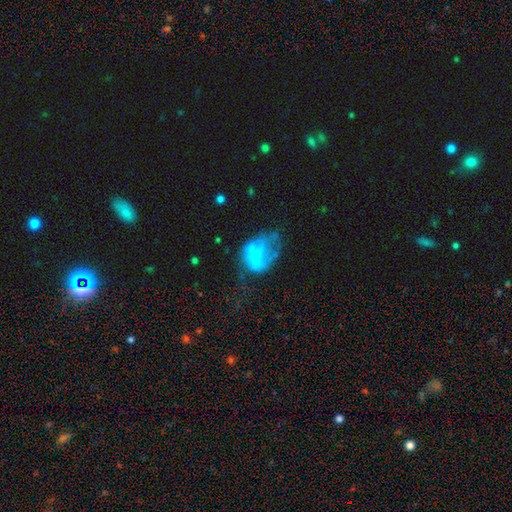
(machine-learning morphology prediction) Q: Smooth or featured?
A: featured or disk (46%); runner-up: smooth (42%)
Q: Merging?
A: major disturbance (41%); runner-up: none (24%)